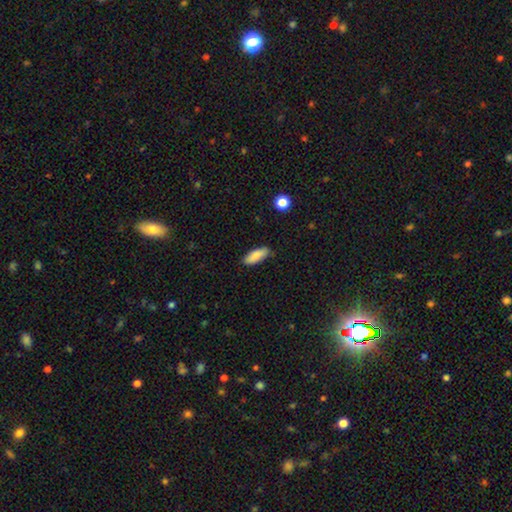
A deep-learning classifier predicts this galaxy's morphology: smooth-or-featured: smooth: 86% | featured or disk: 7% | star or artifact: 7%
  how-rounded: in between: 67% | cigar-shaped: 31% | round: 2%
  merging: none: 86% | minor disturbance: 11% | major disturbance: 2% | merger: 1%